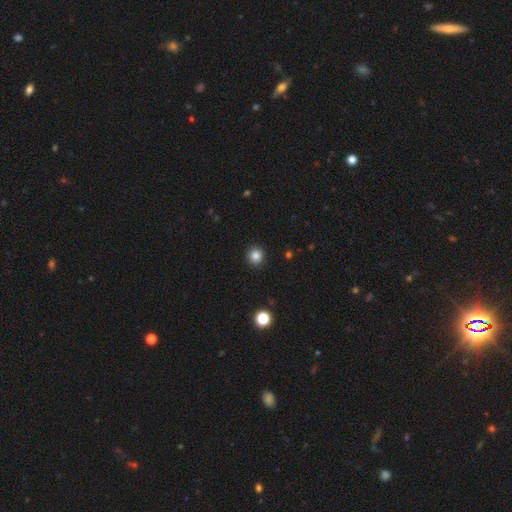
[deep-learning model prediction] Overall: smooth (84%). How rounded: round (93%). Merging: none (93%).